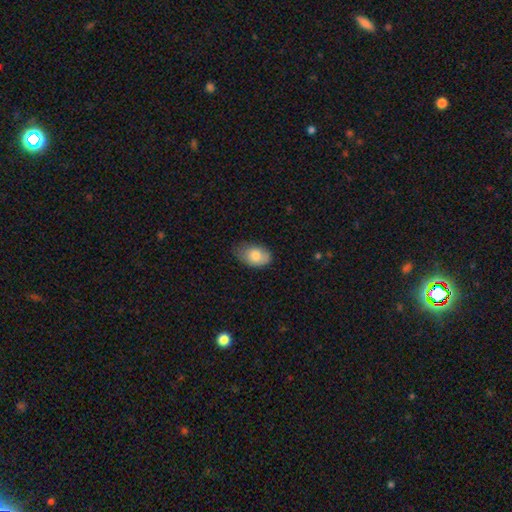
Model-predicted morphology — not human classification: The model was most divided on "merging": none: 56%, minor disturbance: 35%, major disturbance: 8%, merger: 1%. More confident: how rounded — in between (87%); smooth or featured — smooth (79%).